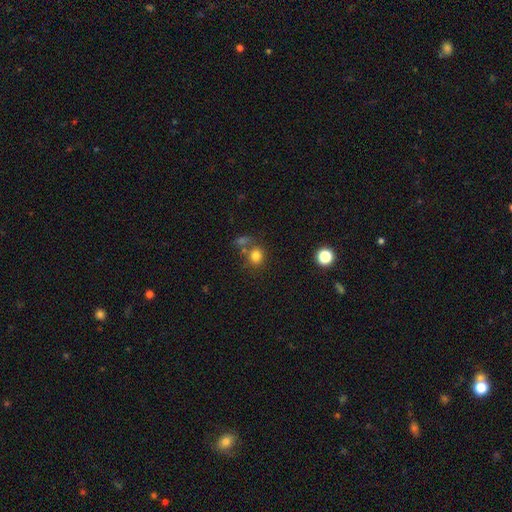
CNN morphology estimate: Q: Smooth or featured?
A: smooth (79%); runner-up: star or artifact (14%)
Q: How rounded?
A: round (75%); runner-up: in between (24%)
Q: Merging?
A: none (61%); runner-up: merger (21%)